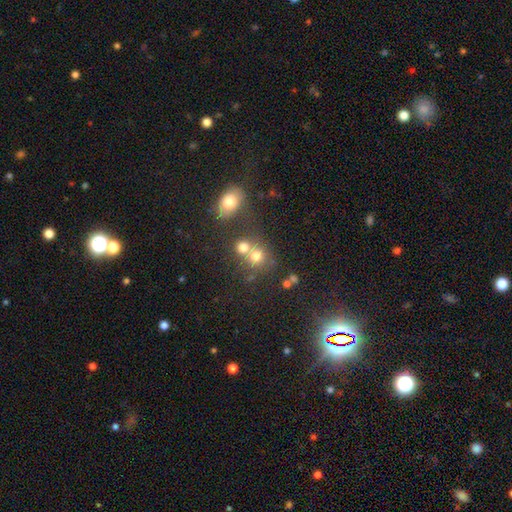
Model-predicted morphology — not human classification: Smooth or featured: smooth — 73% (star or artifact — 16%)
How rounded: round — 80% (in between — 19%)
Merging: none — 45% (merger — 43%)